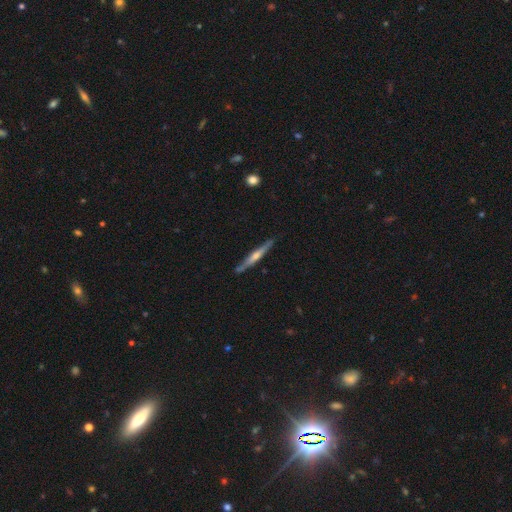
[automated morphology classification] smooth_or_featured: featured or disk (p=0.71) [alt: smooth p=0.23]
disk_edge_on: yes (p=0.97) [alt: no p=0.03]
edge_on_bulge: rounded (p=0.77) [alt: none p=0.16]
merging: none (p=0.87) [alt: minor disturbance p=0.09]